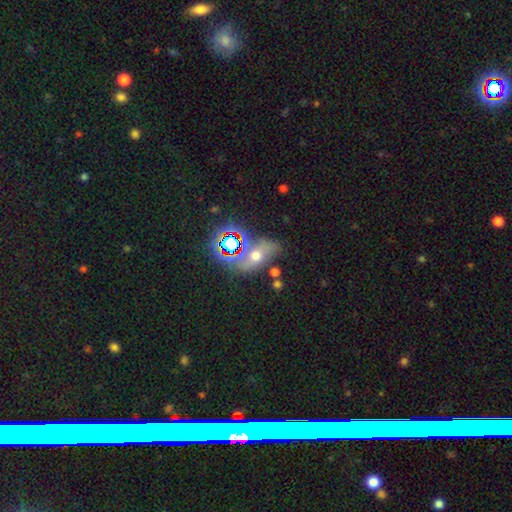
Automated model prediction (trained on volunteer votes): This appears to be a smooth galaxy with no disk features (44%). Merging: none (61%).